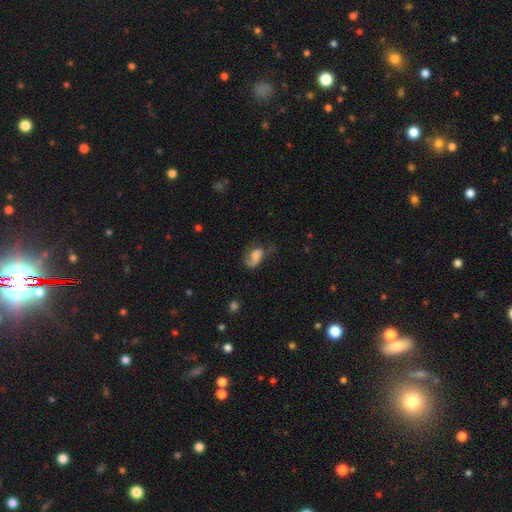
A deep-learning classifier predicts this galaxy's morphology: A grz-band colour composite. It shows a featured or disk galaxy (50%). Merging: major disturbance (40%).